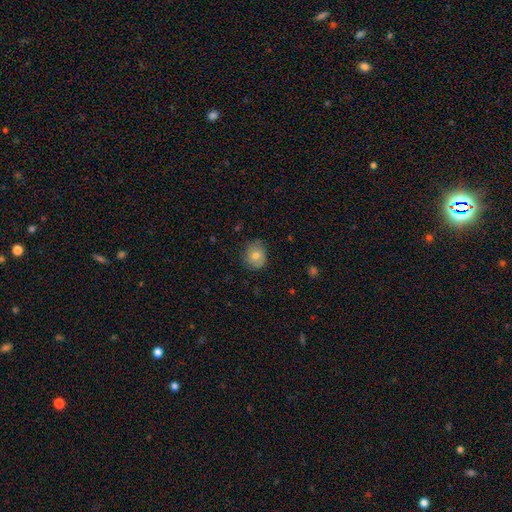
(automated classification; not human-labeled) smooth_or_featured: smooth (p=0.74) [alt: featured or disk p=0.17]
how_rounded: round (p=0.64) [alt: in between p=0.35]
merging: none (p=0.76) [alt: minor disturbance p=0.19]